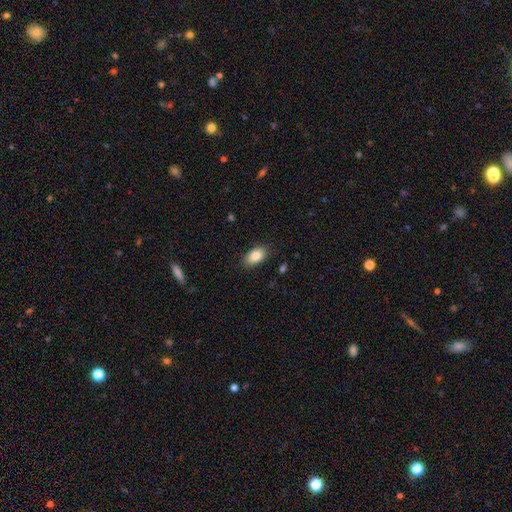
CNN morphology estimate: Smooth or featured? smooth (85%)
How rounded? in between (92%)
Merging? none (86%)